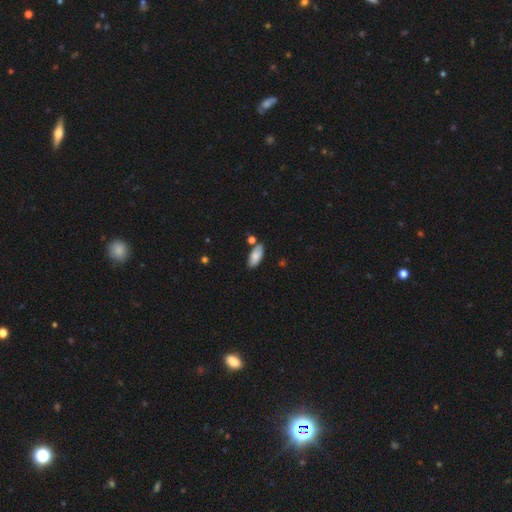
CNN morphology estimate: smooth-or-featured: smooth: 82% | featured or disk: 11% | star or artifact: 7%
  how-rounded: in between: 88% | cigar-shaped: 10% | round: 2%
  merging: none: 73% | minor disturbance: 16% | merger: 9% | major disturbance: 3%